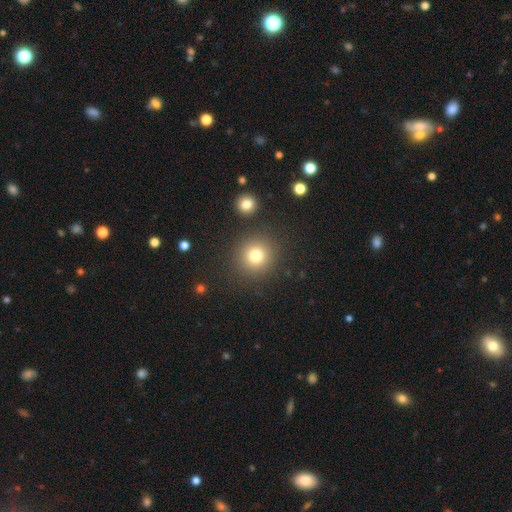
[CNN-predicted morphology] The model was most divided on "smooth or featured": smooth: 77%, star or artifact: 14%, featured or disk: 8%. More confident: how rounded — round (93%); merging — none (87%).